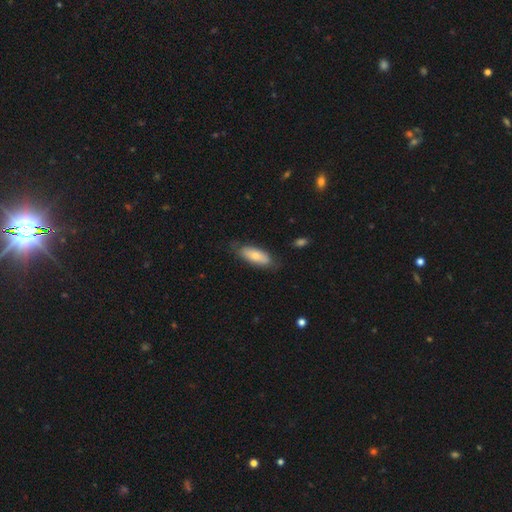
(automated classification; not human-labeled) Smooth or featured? smooth (69%)
How rounded? in between (77%)
Merging? none (71%)